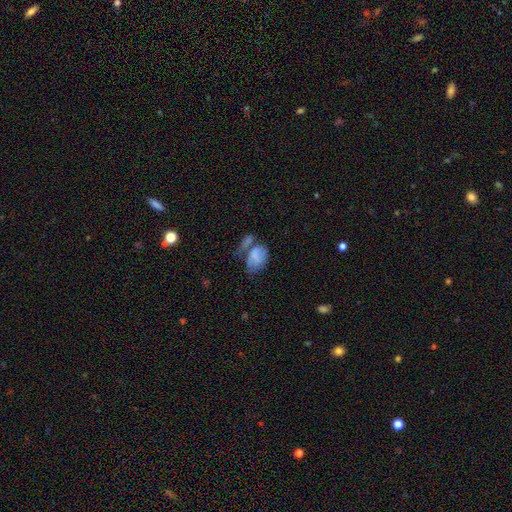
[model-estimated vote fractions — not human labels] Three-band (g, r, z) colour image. It shows a smooth galaxy with no disk features (70%) that is in between round and cigar-shaped (83%). Merging: merger (38%).